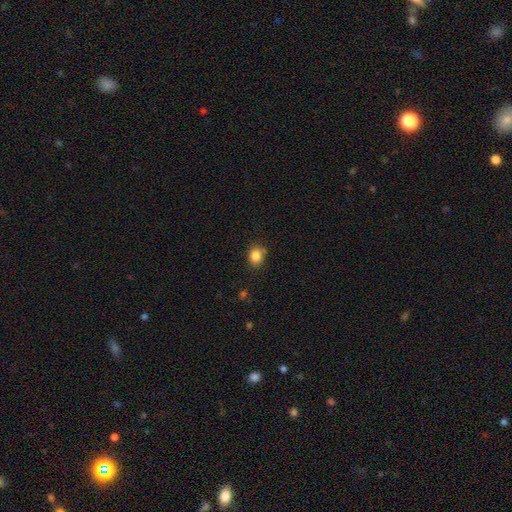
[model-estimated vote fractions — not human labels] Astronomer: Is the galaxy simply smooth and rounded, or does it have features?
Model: smooth — 84%.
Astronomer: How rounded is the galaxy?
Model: round — 59% (runner-up: in between, 40%).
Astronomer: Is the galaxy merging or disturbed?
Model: none — 75%.